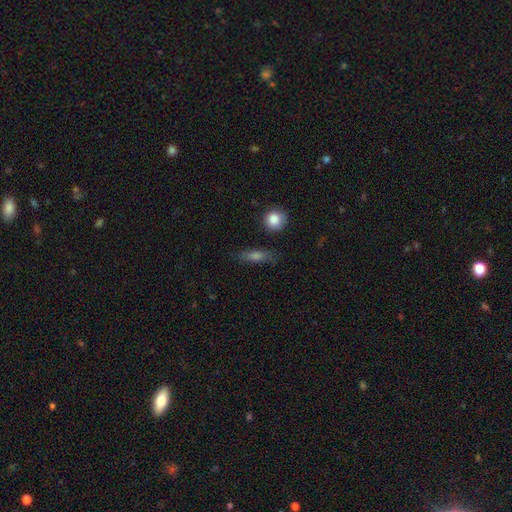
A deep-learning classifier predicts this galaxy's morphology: The model was most divided on "how rounded": cigar-shaped: 54%, in between: 37%, round: 9%. More confident: merging — none (78%); smooth or featured — smooth (59%).